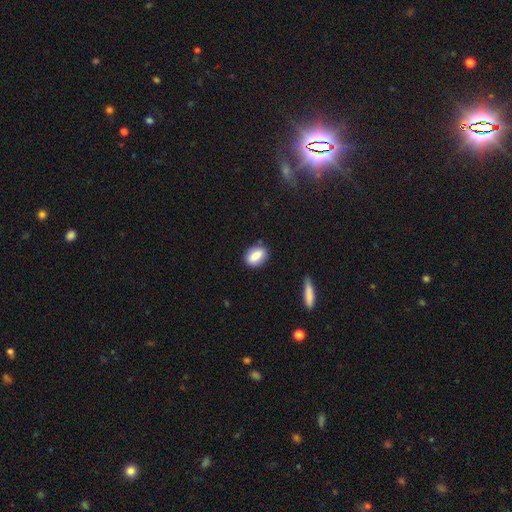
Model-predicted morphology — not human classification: This is clearly a smooth galaxy (81%). How rounded: likely in between (78%). Merging: clearly none (84%).